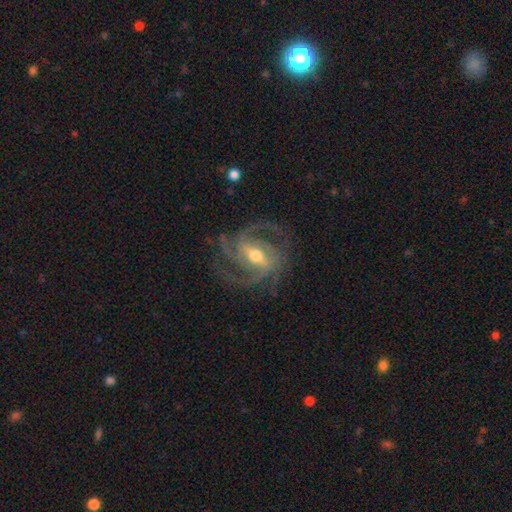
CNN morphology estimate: A featured or disk galaxy (92%) with a strong bar (47%), 3 (46%) medium (50%) spiral arms (98%) and a moderate central bulge (68%).

Vote fractions:
- Smooth or featured? featured or disk: 92% / star or artifact: 5% / smooth: 4%
- Edge-on disk? no: 97% / yes: 3%
- Bar? strong: 47% / weak: 39% / no: 14%
- Spiral arms? yes: 98% / no: 2%
- Spiral winding? medium: 50% / tight: 37% / loose: 12%
- Spiral arm count? 3: 46% / 2: 18% / 4: 17% / can't tell: 9% / more than 4: 5% / 1: 5%
- Bulge size? moderate: 68% / small: 25% / large: 5% / none: 1% / dominant: 1%
- Merging? none: 73% / minor disturbance: 15% / major disturbance: 10% / merger: 1%